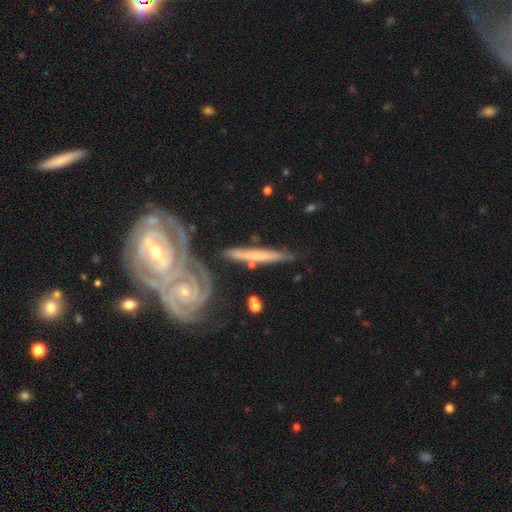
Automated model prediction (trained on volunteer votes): Smooth or featured?
  - featured or disk: 69% *
  - smooth: 25%
  - star or artifact: 5%
Edge-on disk?
  - yes: 61% *
  - no: 39%
Merging?
  - none: 65% *
  - merger: 16%
  - minor disturbance: 15%
  - major disturbance: 4%